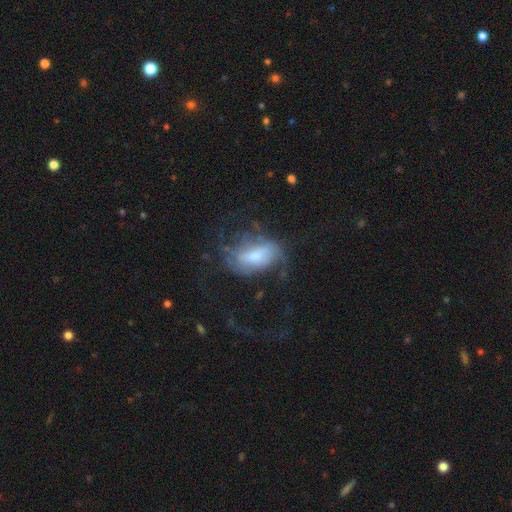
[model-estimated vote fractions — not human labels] Smooth or featured? Predicted: featured or disk (p=0.64). Edge-on disk? Predicted: no (p=0.96). Bar? Predicted: weak (p=0.43). Spiral arms? Predicted: yes (p=0.81). Bulge size? Predicted: moderate (p=0.39). Merging? Predicted: none (p=0.42).